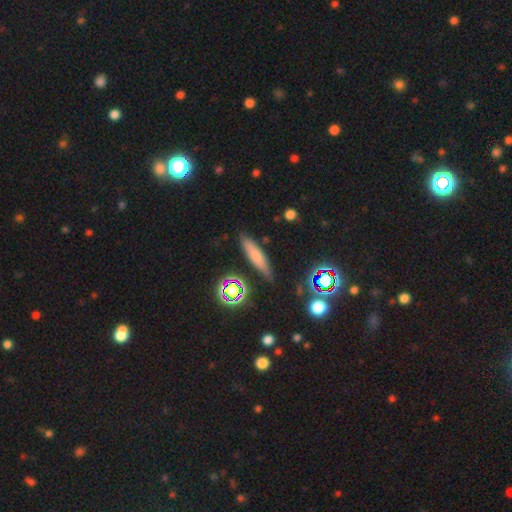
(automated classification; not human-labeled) smooth 64%, featured or disk 20%, star or artifact 16%. Down the decision tree: how rounded — cigar-shaped (74%); merging — none (82%).